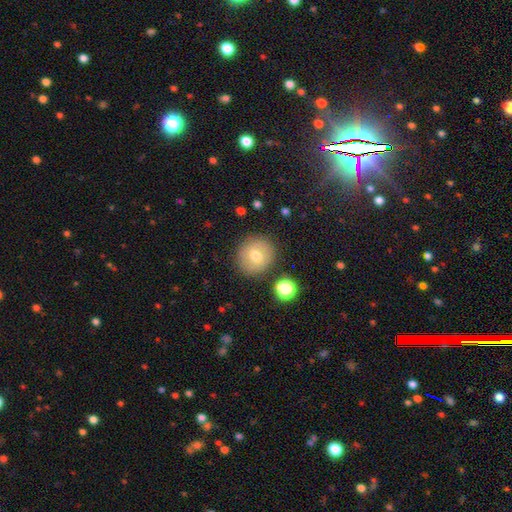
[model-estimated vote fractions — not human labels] smooth 70%, featured or disk 20%, star or artifact 10%. Down the decision tree: how rounded — round (89%); merging — none (84%).